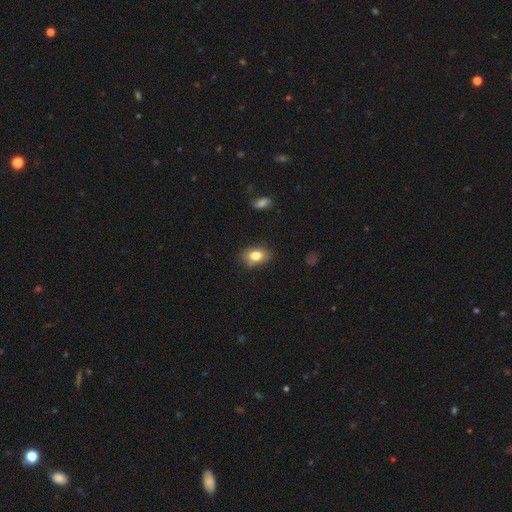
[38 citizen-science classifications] Overall: smooth (79%). How rounded: in between (83%). Merging: none (89%).